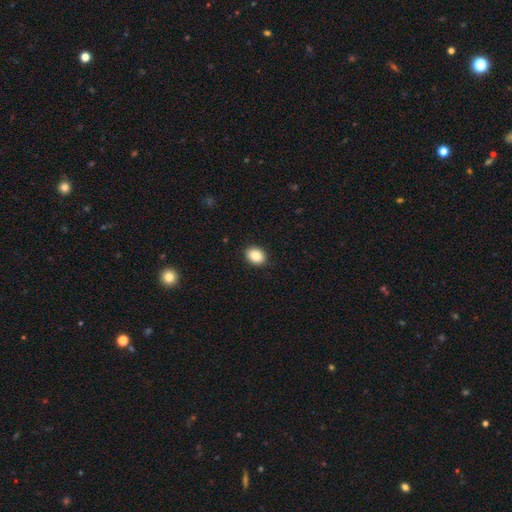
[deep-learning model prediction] Smooth or featured: smooth — 89% (star or artifact — 8%)
How rounded: in between — 71% (round — 28%)
Merging: none — 89% (minor disturbance — 8%)